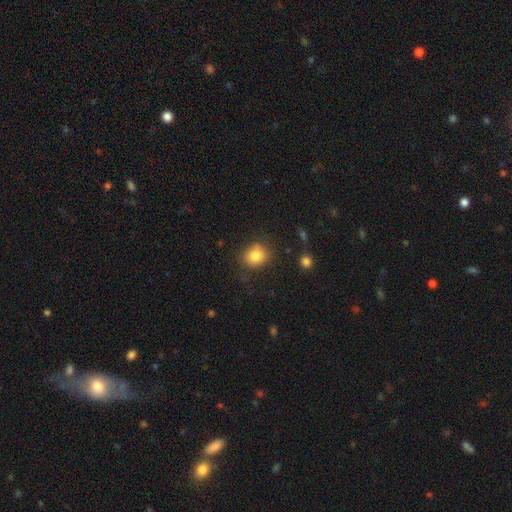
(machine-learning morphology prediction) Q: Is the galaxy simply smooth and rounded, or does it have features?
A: smooth — 83%.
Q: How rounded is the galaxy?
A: round — 65%.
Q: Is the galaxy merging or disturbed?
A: none — 79%.